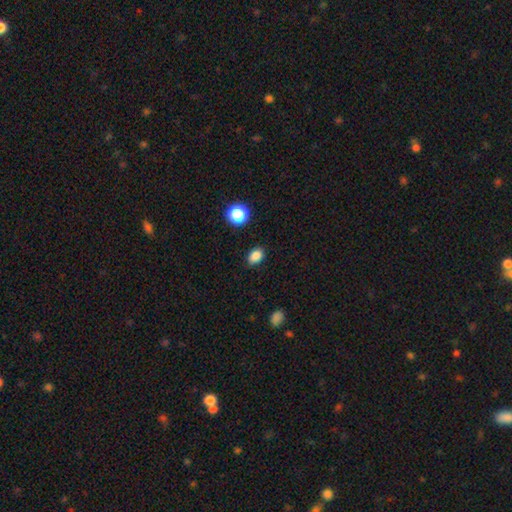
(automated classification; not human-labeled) Overall: smooth (85%). How rounded: in between (74%). Merging: none (84%).